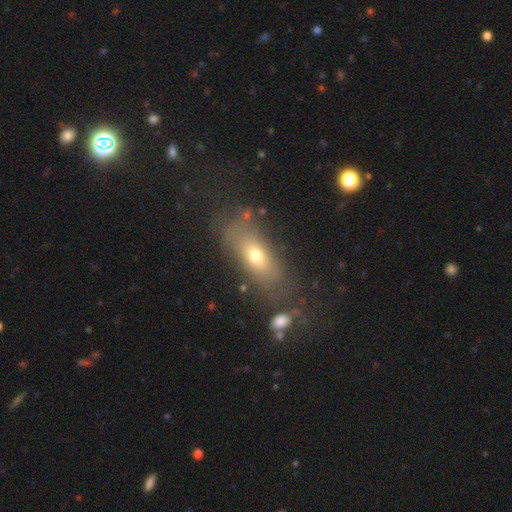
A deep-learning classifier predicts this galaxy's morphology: This appears to be a smooth galaxy with no disk features (64%) that is in between round and cigar-shaped (73%). Merging: none (69%).